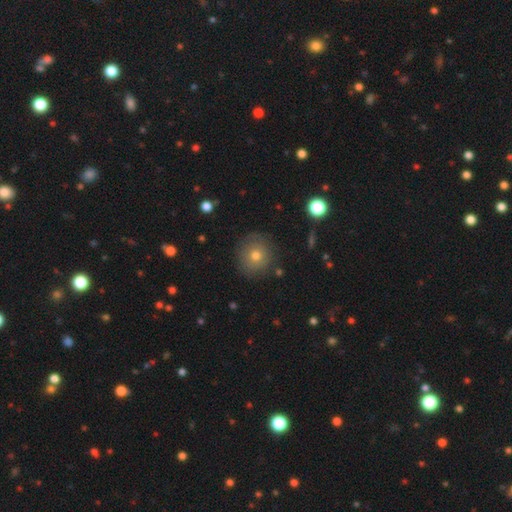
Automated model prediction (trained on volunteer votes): Smooth or featured: smooth — 64% (featured or disk — 21%)
How rounded: round — 91% (in between — 8%)
Merging: none — 85% (minor disturbance — 10%)